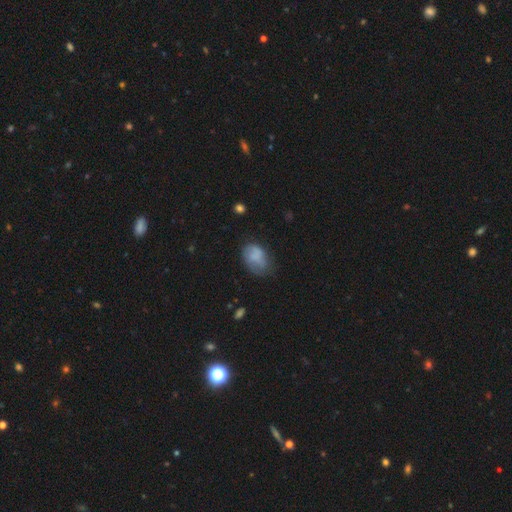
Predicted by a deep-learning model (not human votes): A smooth galaxy with no disk features (68%) that is in between round and cigar-shaped (81%).

Vote fractions:
- Smooth or featured? smooth: 68% / featured or disk: 24% / star or artifact: 9%
- How rounded? in between: 81% / round: 18% / cigar-shaped: 1%
- Merging? none: 42% / minor disturbance: 36% / major disturbance: 20% / merger: 2%